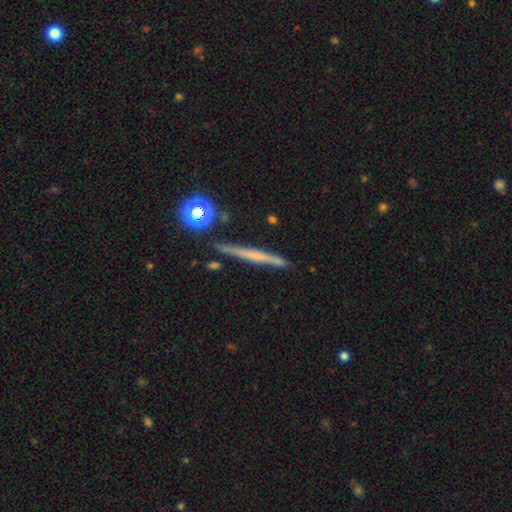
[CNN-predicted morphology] Smooth or featured? Predicted: featured or disk (p=0.50). Merging? Predicted: none (p=0.87).